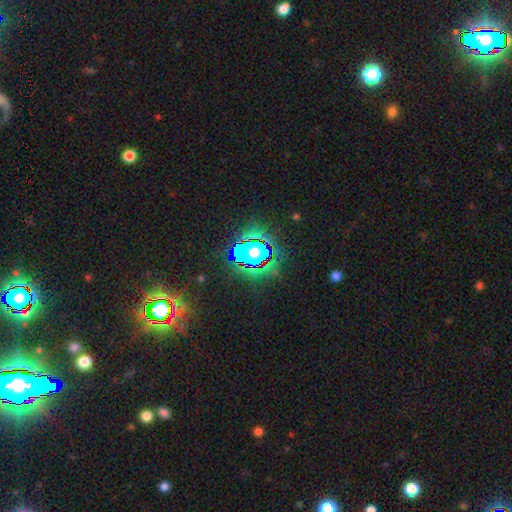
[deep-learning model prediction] A star or artifact, not a galaxy (67%).